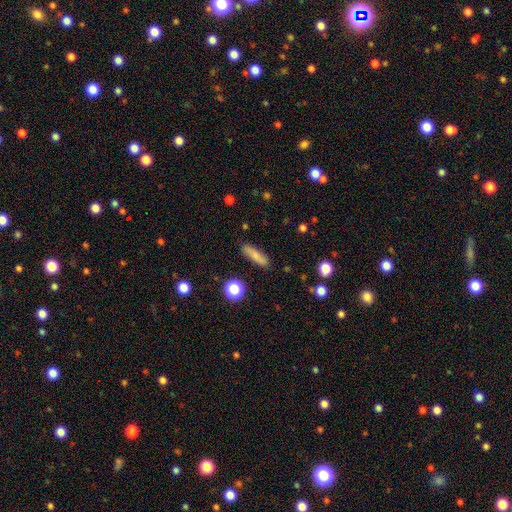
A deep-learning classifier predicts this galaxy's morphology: A smooth galaxy with no disk features (76%) that is cigar-shaped (64%). Merging: none (85%).